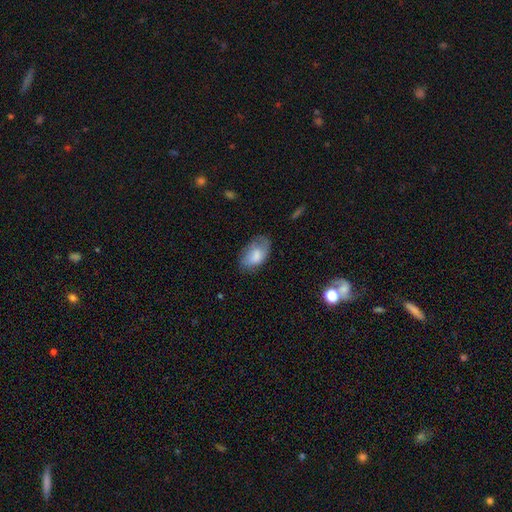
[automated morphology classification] Smooth or featured? smooth (75%)
How rounded? in between (93%)
Merging? none (59%)